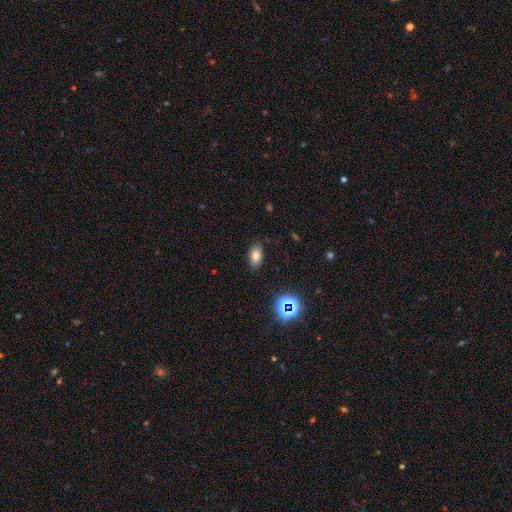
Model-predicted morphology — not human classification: smooth 76%, star or artifact 14%, featured or disk 9%. Down the decision tree: how rounded — in between (90%); merging — none (86%).